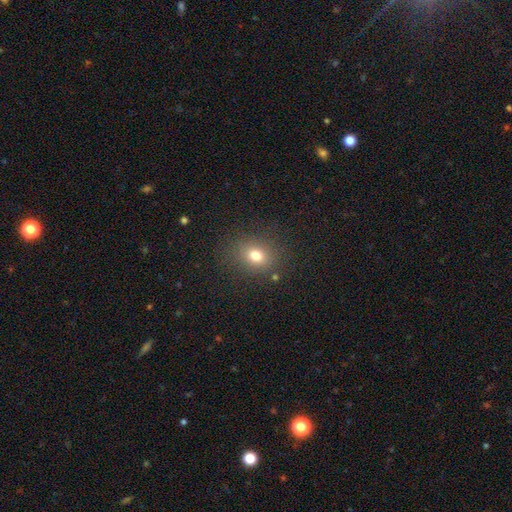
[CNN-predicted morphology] Smooth or featured? Predicted: smooth (p=0.76). How rounded? Predicted: round (p=0.58). Merging? Predicted: none (p=0.83).